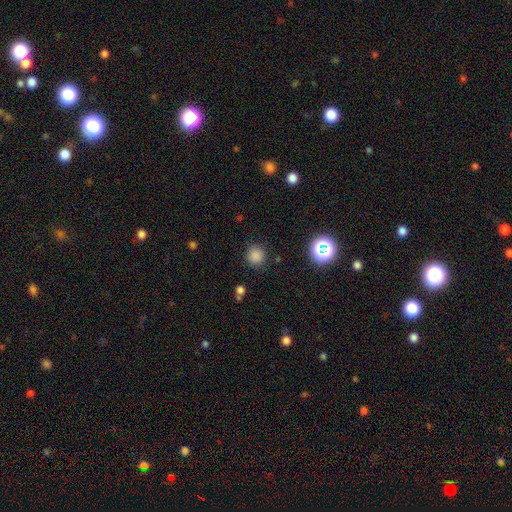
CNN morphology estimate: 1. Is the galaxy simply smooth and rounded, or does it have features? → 81% smooth, 15% star or artifact, 4% featured or disk.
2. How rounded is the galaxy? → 90% round, 9% in between, 1% cigar-shaped.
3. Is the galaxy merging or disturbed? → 86% none, 9% minor disturbance, 3% major disturbance, 2% merger.